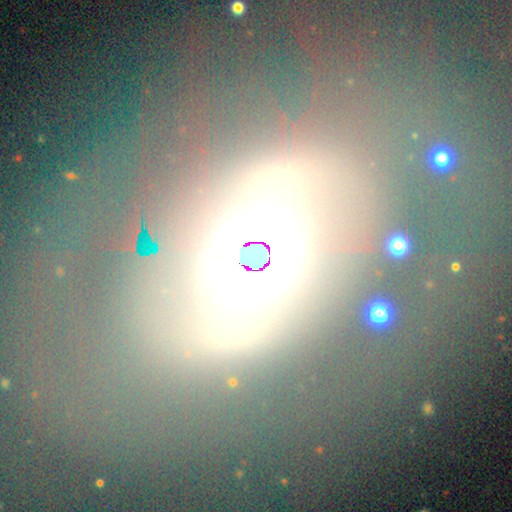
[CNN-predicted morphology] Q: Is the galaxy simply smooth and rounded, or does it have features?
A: featured or disk — 63%.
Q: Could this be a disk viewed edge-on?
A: no — 85%.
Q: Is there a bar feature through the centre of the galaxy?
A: no — 46%.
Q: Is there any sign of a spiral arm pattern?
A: no — 67%.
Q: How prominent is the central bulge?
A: moderate — 39%.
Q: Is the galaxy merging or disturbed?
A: none — 64%.